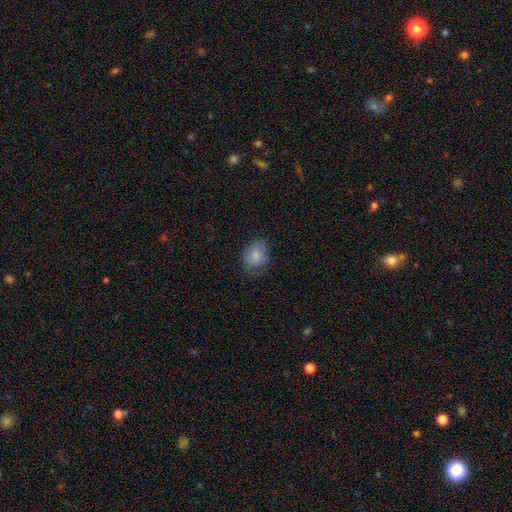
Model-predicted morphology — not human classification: Smooth or featured: smooth — 80% (featured or disk — 12%)
How rounded: in between — 56% (round — 43%)
Merging: none — 62% (minor disturbance — 26%)